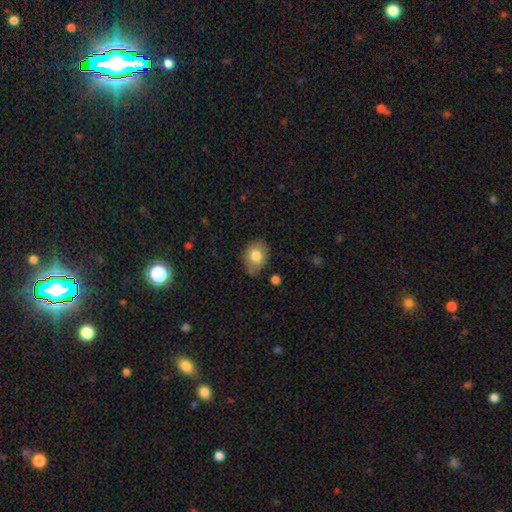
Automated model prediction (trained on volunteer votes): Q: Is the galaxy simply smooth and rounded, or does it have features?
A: smooth — 78%.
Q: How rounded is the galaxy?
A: in between — 69%.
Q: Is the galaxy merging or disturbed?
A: none — 71%.